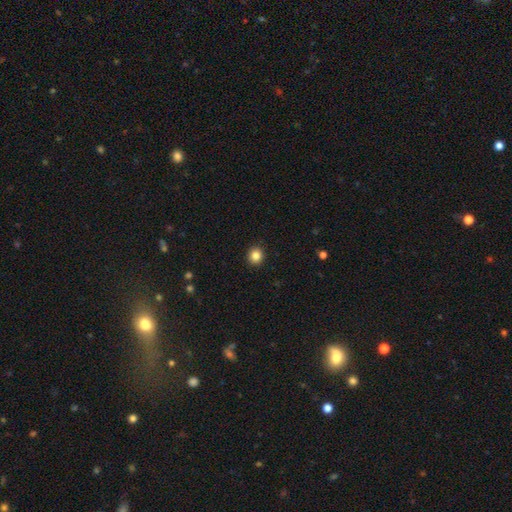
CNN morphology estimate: A smooth galaxy with no disk features (85%) that is round (85%).

Vote fractions:
- Smooth or featured? smooth: 85% / star or artifact: 10% / featured or disk: 5%
- How rounded? round: 85% / in between: 14% / cigar-shaped: 1%
- Merging? none: 92% / minor disturbance: 5% / major disturbance: 2% / merger: 1%